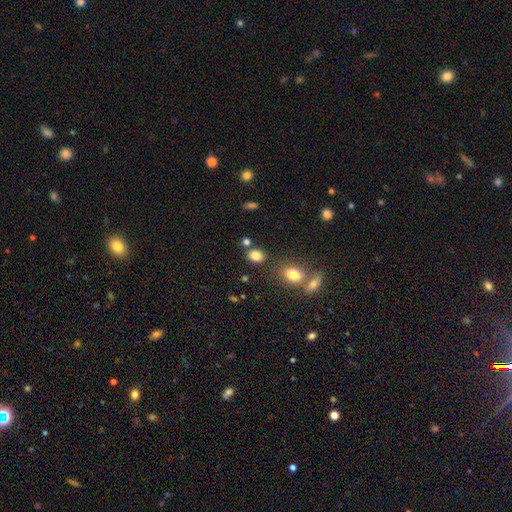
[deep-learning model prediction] This appears to be a smooth galaxy with no disk features (82%) that is in between round and cigar-shaped (57%). Merging: none (72%).